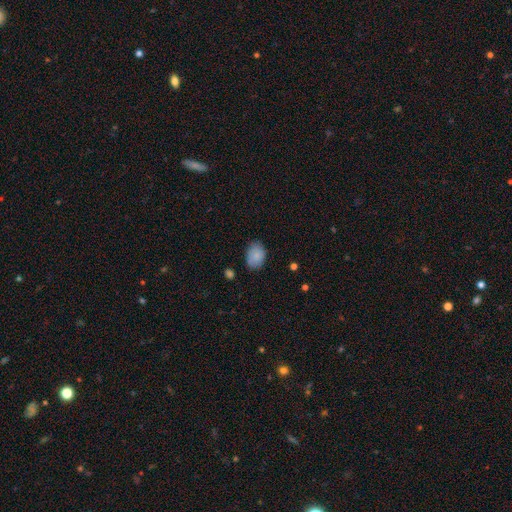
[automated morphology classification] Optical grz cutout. It shows a smooth galaxy with no disk features (88%) that is in between round and cigar-shaped (76%). Merging: none (78%).